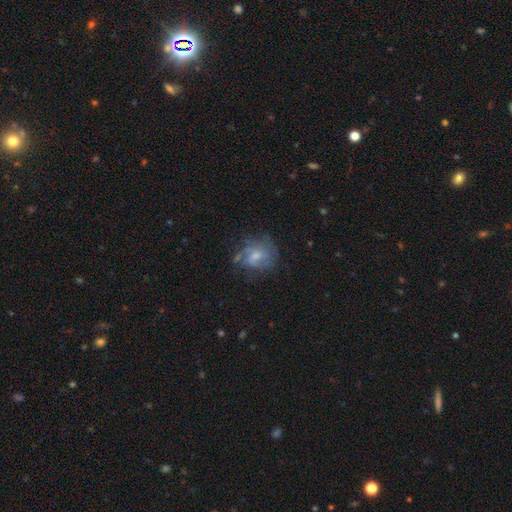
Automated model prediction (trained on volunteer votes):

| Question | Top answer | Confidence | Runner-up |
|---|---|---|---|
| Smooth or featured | featured or disk | 54% | smooth (36%) |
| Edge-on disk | no | 97% | yes (3%) |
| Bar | no | 60% | weak (35%) |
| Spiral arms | yes | 61% | no (39%) |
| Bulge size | moderate | 43% | small (42%) |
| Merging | none | 51% | minor disturbance (24%) |